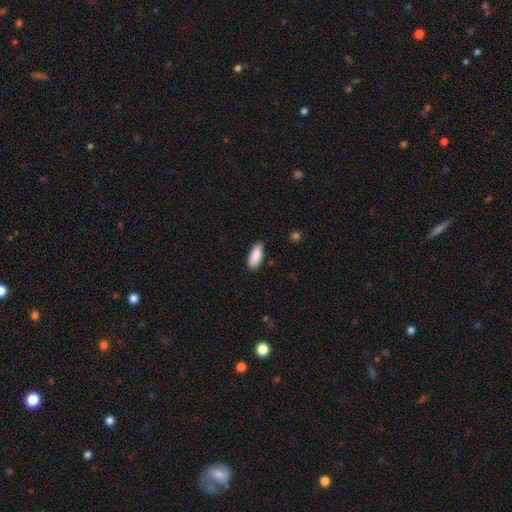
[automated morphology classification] Smooth or featured: smooth — 89% (star or artifact — 6%)
How rounded: in between — 80% (cigar-shaped — 19%)
Merging: none — 84% (minor disturbance — 13%)